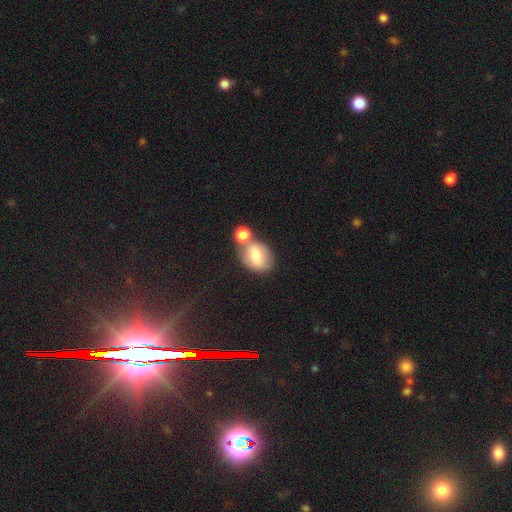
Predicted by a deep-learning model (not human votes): Smooth or featured? Predicted: smooth (p=0.74). How rounded? Predicted: in between (p=0.67). Merging? Predicted: none (p=0.42).